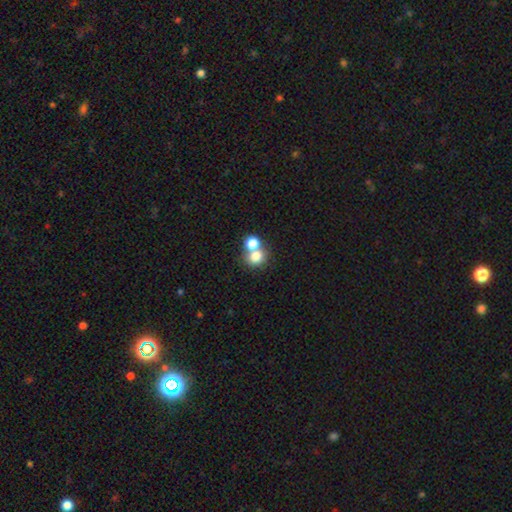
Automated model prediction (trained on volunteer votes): Smooth or featured: smooth — 76% (star or artifact — 12%)
How rounded: round — 75% (in between — 24%)
Merging: merger — 52% (none — 39%)